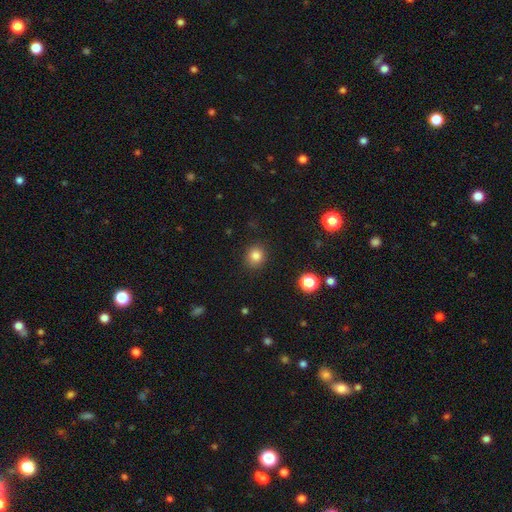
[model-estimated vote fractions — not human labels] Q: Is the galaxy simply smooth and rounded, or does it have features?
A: smooth — 82%.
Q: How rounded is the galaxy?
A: round — 78%.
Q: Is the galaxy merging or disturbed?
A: none — 87%.